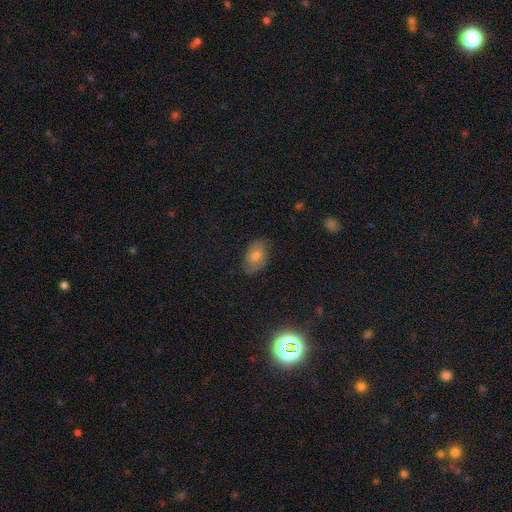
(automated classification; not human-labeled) Smooth or featured? Predicted: smooth (p=0.51). How rounded? Predicted: in between (p=0.83). Merging? Predicted: none (p=0.74).